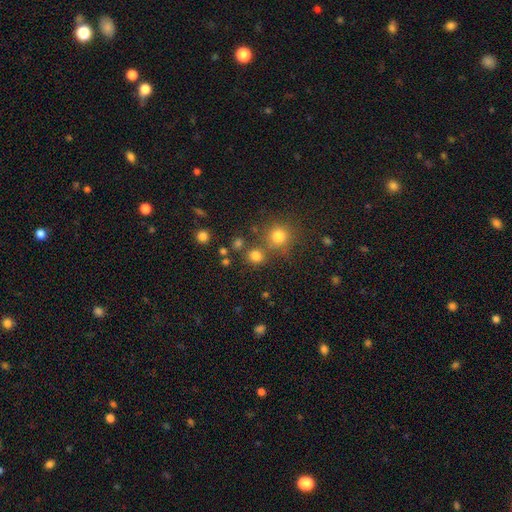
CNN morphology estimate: smooth 78%, star or artifact 16%, featured or disk 6%. Down the decision tree: how rounded — round (85%); merging — none (72%).